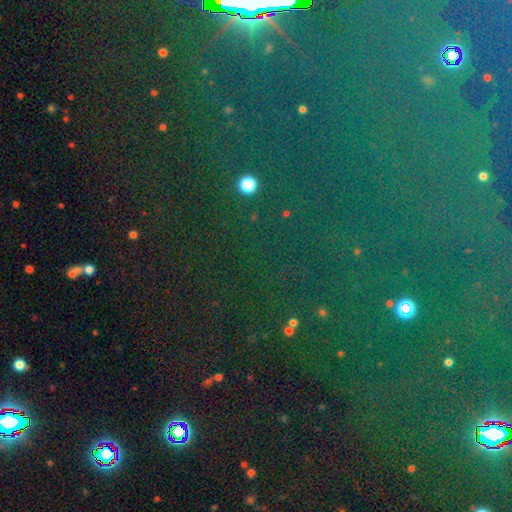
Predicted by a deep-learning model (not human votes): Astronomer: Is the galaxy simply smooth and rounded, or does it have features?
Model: star or artifact — 82%.